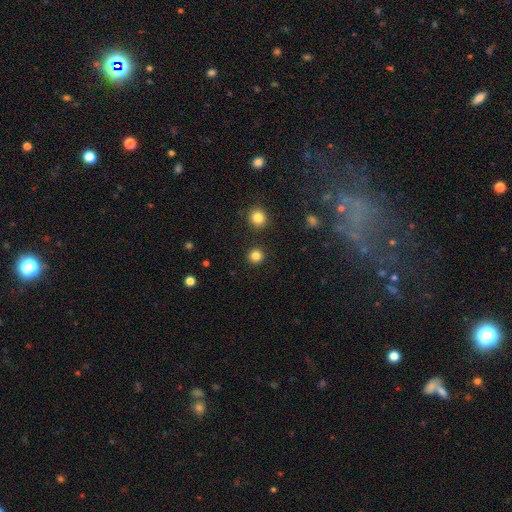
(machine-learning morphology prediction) type=smooth (84%); roundness=round (94%); merging=none (91%).